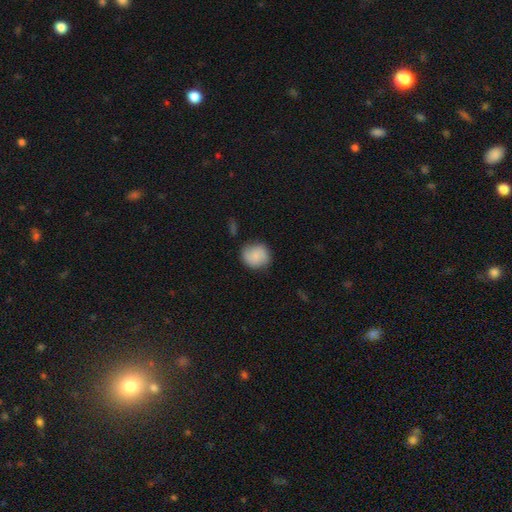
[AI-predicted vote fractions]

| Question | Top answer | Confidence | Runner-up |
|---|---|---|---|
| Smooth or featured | smooth | 82% | featured or disk (11%) |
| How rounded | round | 83% | in between (16%) |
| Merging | none | 74% | minor disturbance (18%) |